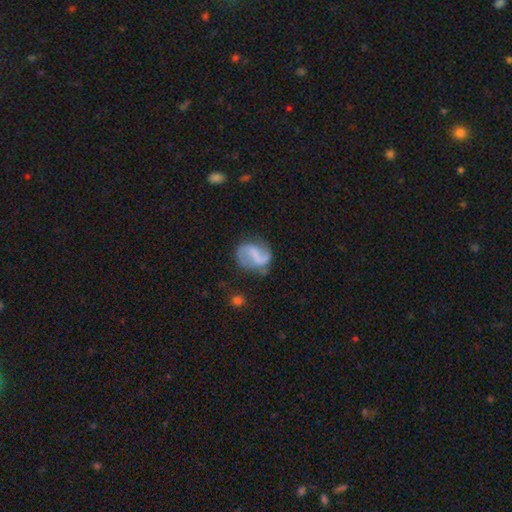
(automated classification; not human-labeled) The model was most divided on "bar": strong: 40%, weak: 39%, no: 21%. More confident: edge-on disk — no (98%); spiral arms — yes (87%); spiral arm count — 2 (85%); smooth or featured — featured or disk (72%); merging — none (61%); bulge size — none (59%); spiral winding — loose (51%).